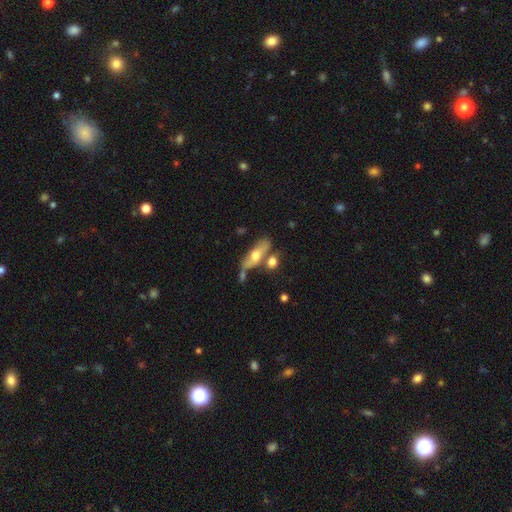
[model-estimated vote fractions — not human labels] Smooth or featured: smooth — 49% (featured or disk — 44%)
Merging: none — 52% (merger — 23%)